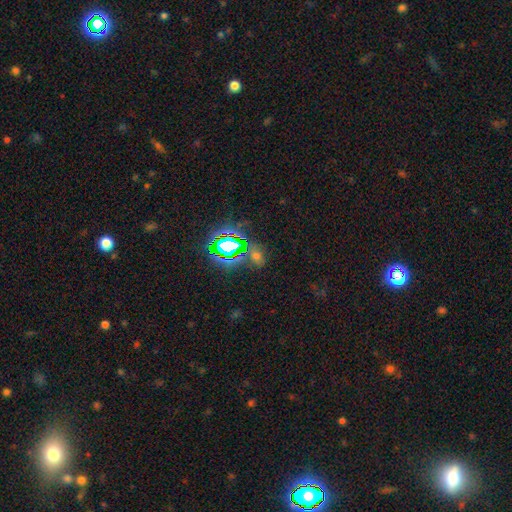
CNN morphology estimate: The model was most divided on "smooth or featured": star or artifact: 55%, smooth: 36%, featured or disk: 9%.